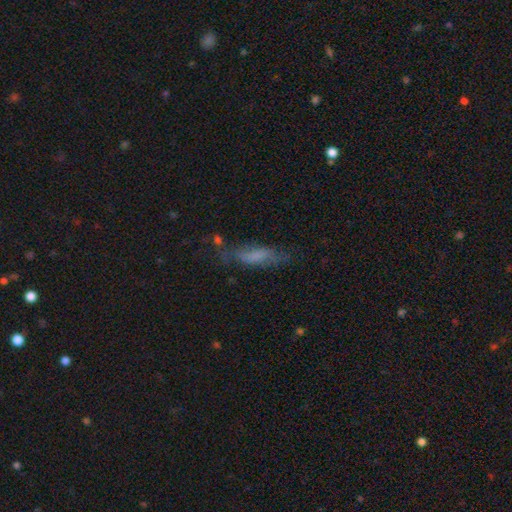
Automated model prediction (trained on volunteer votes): The model was most divided on "how rounded": cigar-shaped: 61%, in between: 37%, round: 2%. More confident: merging — none (58%); smooth or featured — smooth (56%).